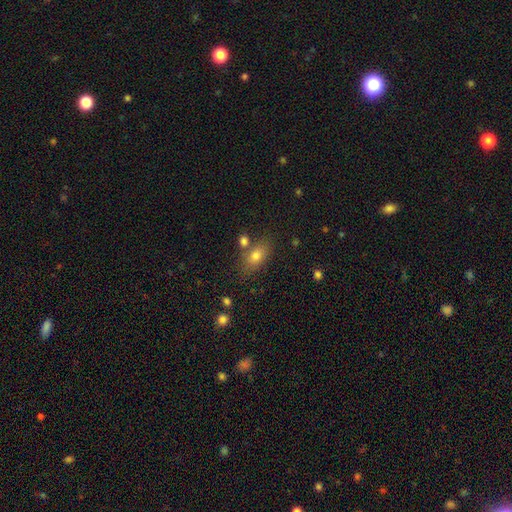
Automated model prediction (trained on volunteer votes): A smooth galaxy with no disk features (76%) that is in between round and cigar-shaped (81%). Merging: none (69%).